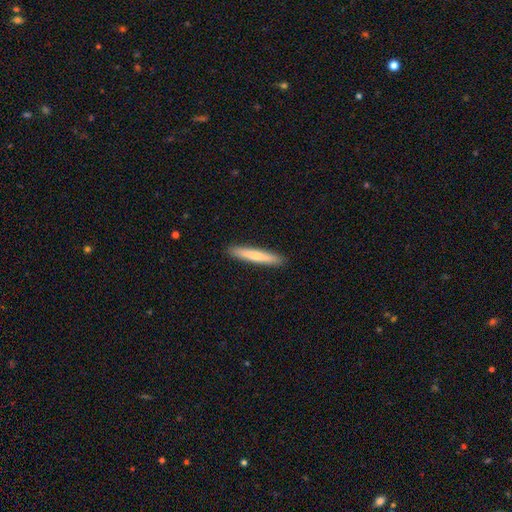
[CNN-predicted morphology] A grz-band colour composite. It shows a smooth galaxy with no disk features (74%) that is cigar-shaped (94%). Merging: none (92%).